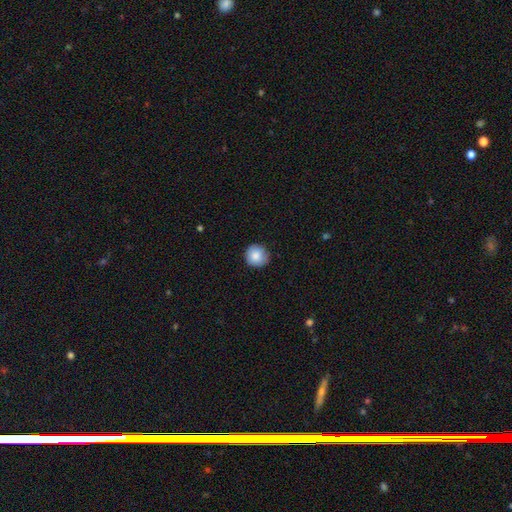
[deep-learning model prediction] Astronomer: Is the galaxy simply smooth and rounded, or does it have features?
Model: smooth — 86%.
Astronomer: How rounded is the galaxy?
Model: round — 93%.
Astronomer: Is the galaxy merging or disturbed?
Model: none — 85%.